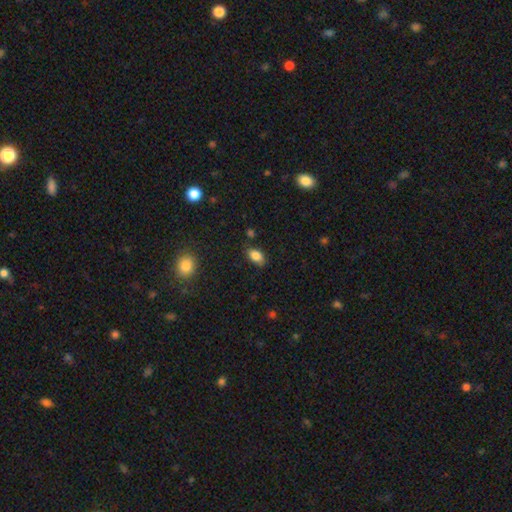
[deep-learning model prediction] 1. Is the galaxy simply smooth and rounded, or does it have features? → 85% smooth, 9% star or artifact, 7% featured or disk.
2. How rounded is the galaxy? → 90% in between, 7% round, 3% cigar-shaped.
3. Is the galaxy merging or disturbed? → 77% none, 17% minor disturbance, 3% major disturbance, 2% merger.